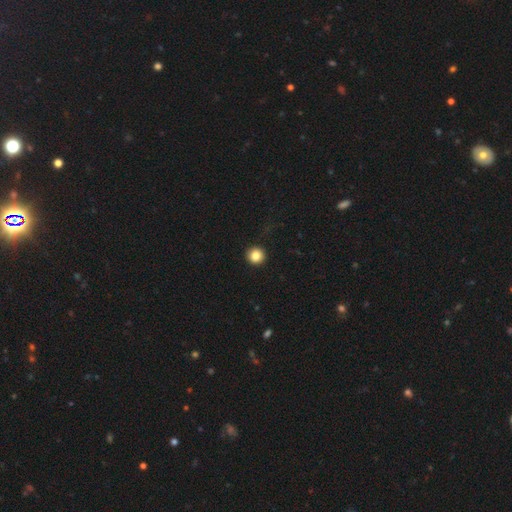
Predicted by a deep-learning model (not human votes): smooth 85%, star or artifact 10%, featured or disk 5%. Down the decision tree: how rounded — round (95%); merging — none (93%).